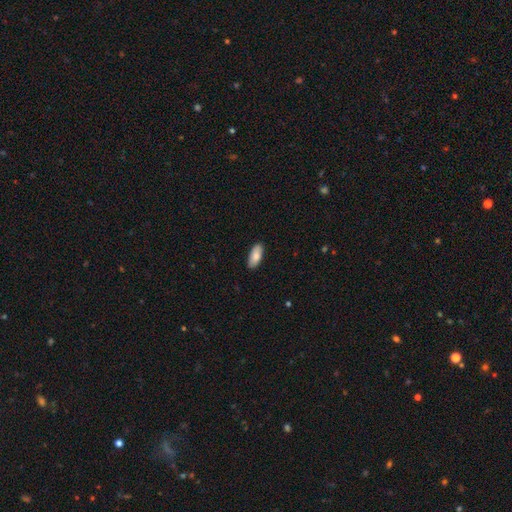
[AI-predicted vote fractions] Q: Smooth or featured?
A: smooth (85%); runner-up: featured or disk (10%)
Q: How rounded?
A: in between (86%); runner-up: cigar-shaped (12%)
Q: Merging?
A: none (89%); runner-up: minor disturbance (9%)